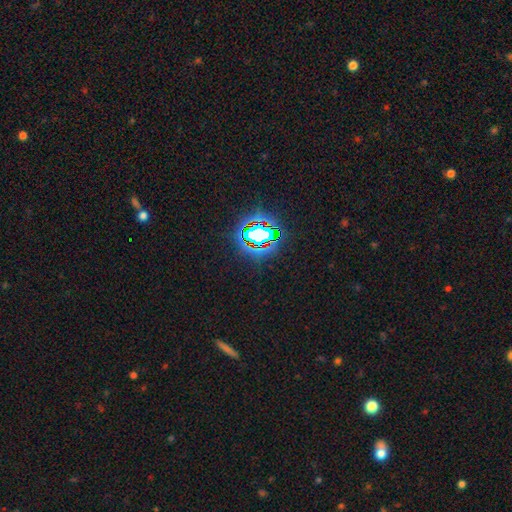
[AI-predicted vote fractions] This is likely a star or artifact rather than a galaxy (78%).